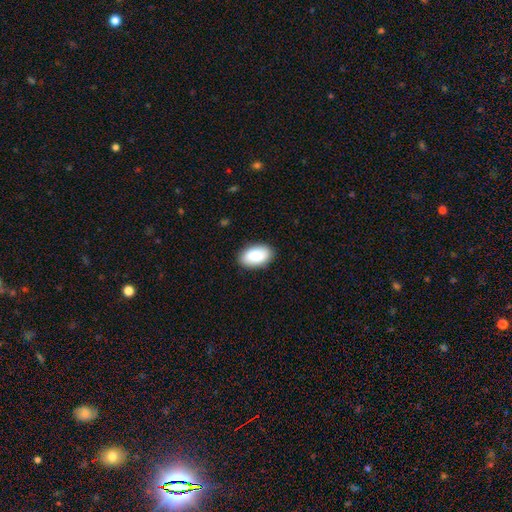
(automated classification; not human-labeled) Morphology: type=smooth (87%); roundness=in between (94%); merging=none (88%).